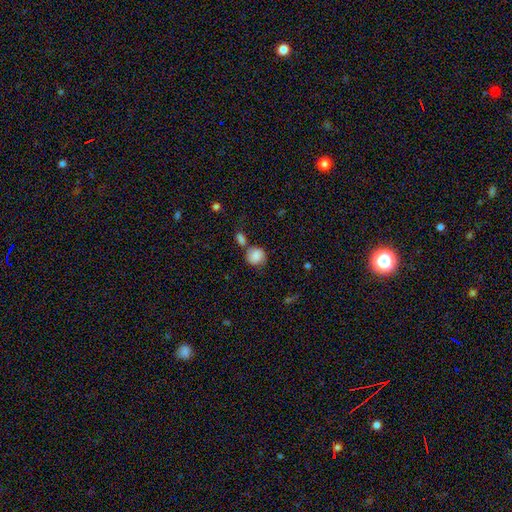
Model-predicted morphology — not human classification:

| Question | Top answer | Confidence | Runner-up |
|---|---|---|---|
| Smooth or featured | smooth | 84% | star or artifact (8%) |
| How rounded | round | 86% | in between (13%) |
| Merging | none | 54% | merger (24%) |